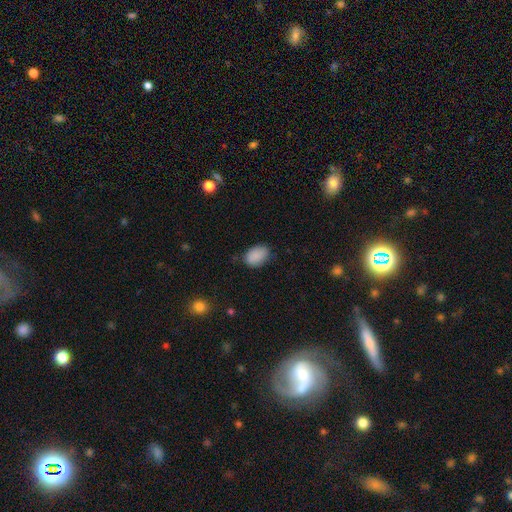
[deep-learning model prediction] Smooth or featured: smooth — 88% (star or artifact — 8%)
How rounded: in between — 85% (round — 14%)
Merging: none — 77% (minor disturbance — 18%)